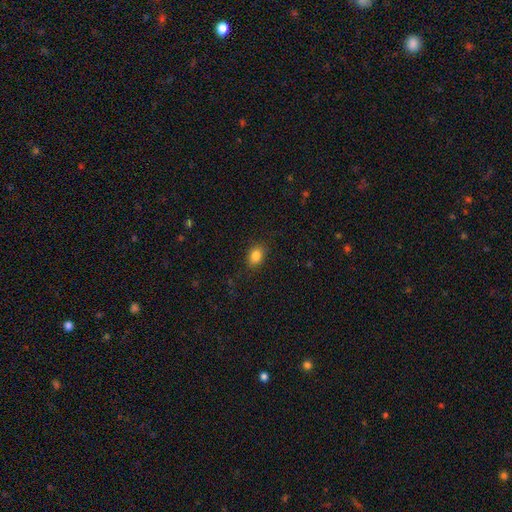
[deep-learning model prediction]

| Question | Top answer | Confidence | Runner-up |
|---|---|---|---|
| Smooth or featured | smooth | 84% | star or artifact (10%) |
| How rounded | in between | 67% | round (32%) |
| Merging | none | 86% | minor disturbance (10%) |